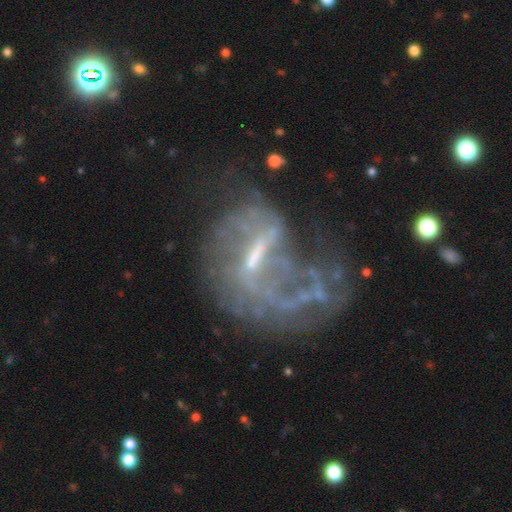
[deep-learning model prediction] This appears to be a featured or disk galaxy (77%) with a weak bar (41%), spiral arms (51%) and a small central bulge (38%). Merging: major disturbance (49%).